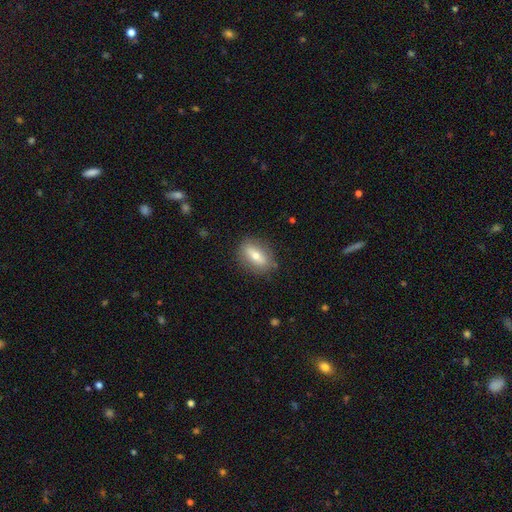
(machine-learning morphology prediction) Smooth or featured: smooth — 59% (featured or disk — 34%)
How rounded: in between — 76% (cigar-shaped — 13%)
Merging: none — 83% (minor disturbance — 12%)